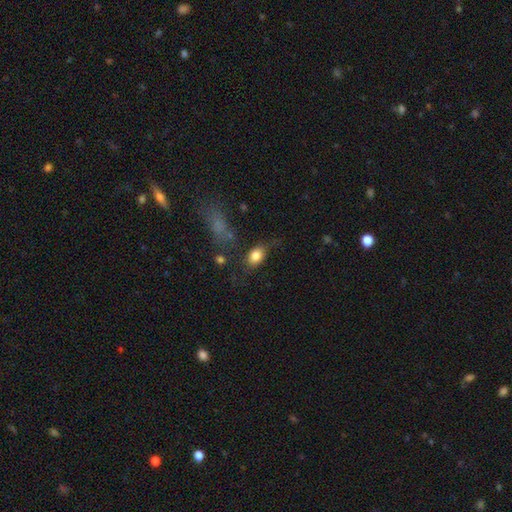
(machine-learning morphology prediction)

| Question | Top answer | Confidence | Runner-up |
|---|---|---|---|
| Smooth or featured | smooth | 82% | featured or disk (9%) |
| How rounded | in between | 80% | round (17%) |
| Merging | none | 63% | minor disturbance (22%) |